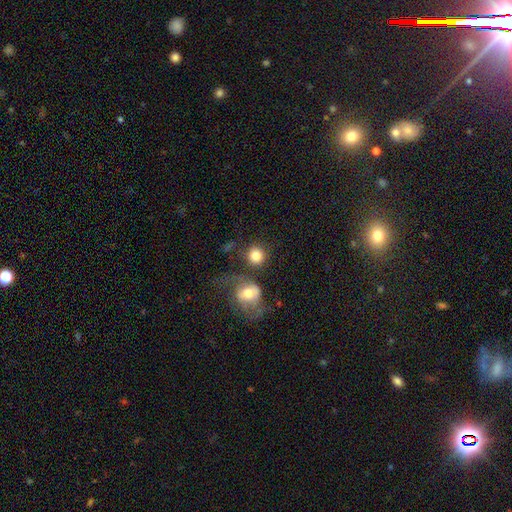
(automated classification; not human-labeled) A smooth galaxy with no disk features (83%) that is round (90%).

Vote fractions:
- Smooth or featured? smooth: 83% / featured or disk: 9% / star or artifact: 8%
- How rounded? round: 90% / in between: 9% / cigar-shaped: 1%
- Merging? none: 60% / merger: 20% / minor disturbance: 11% / major disturbance: 9%